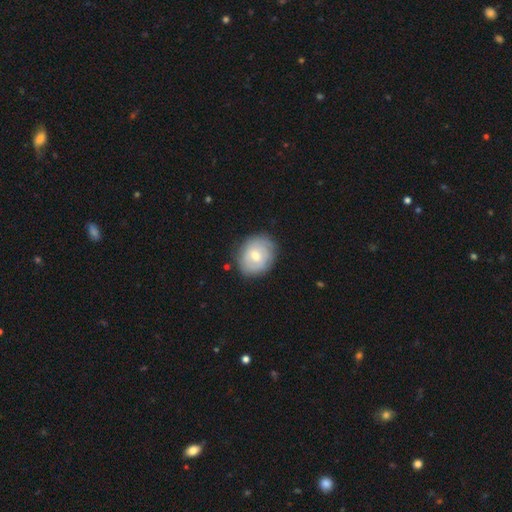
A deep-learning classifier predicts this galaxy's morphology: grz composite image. It shows a featured or disk galaxy (47%, tied with smooth). Merging: none (78%).